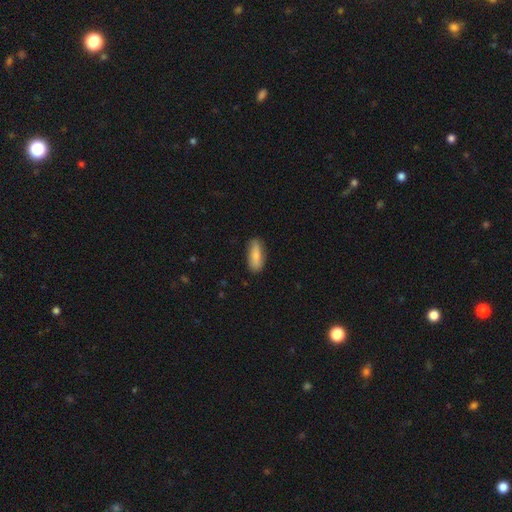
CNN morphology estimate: type=smooth (81%); roundness=in between (69%); merging=none (80%).